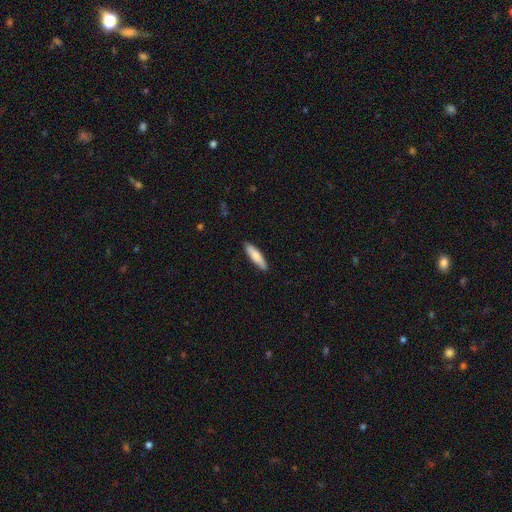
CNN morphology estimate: Overall: smooth (81%). How rounded: cigar-shaped (70%). Merging: none (88%).